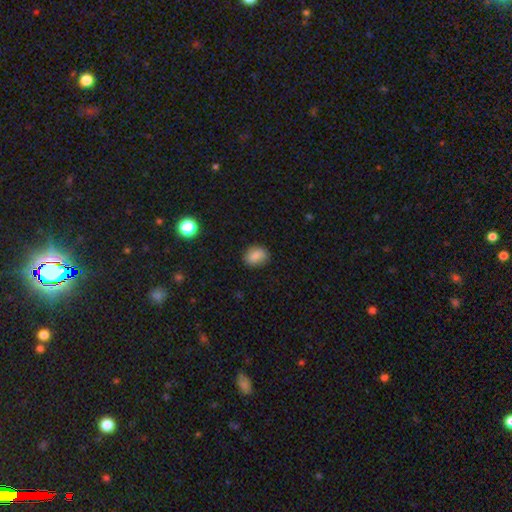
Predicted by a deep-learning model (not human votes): Smooth or featured: smooth — 82% (star or artifact — 10%)
How rounded: round — 50% (in between — 49%)
Merging: none — 83% (minor disturbance — 13%)